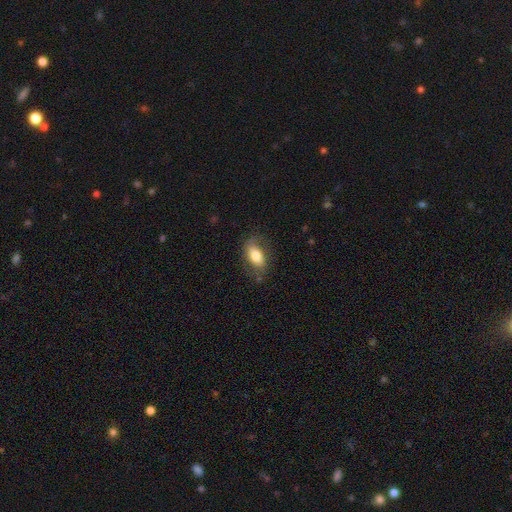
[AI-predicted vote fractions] A smooth galaxy with no disk features (68%) that is in between round and cigar-shaped (88%).

Vote fractions:
- Smooth or featured? smooth: 68% / featured or disk: 25% / star or artifact: 7%
- How rounded? in between: 88% / round: 7% / cigar-shaped: 5%
- Merging? none: 68% / minor disturbance: 21% / major disturbance: 9% / merger: 2%